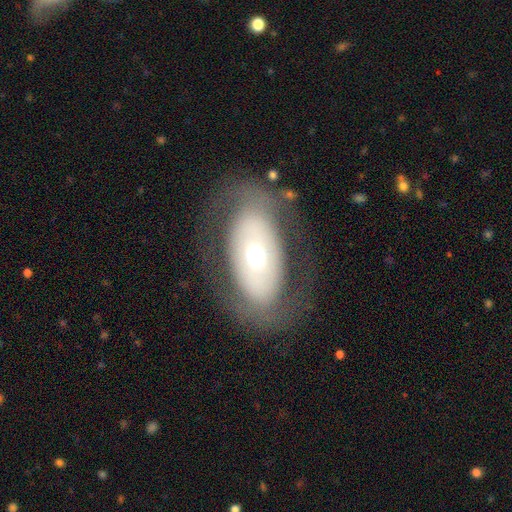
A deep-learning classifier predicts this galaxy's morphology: Q: Smooth or featured?
A: featured or disk (56%); runner-up: smooth (36%)
Q: Edge-on disk?
A: no (90%); runner-up: yes (10%)
Q: Bar?
A: no (78%); runner-up: weak (13%)
Q: Spiral arms?
A: no (73%); runner-up: yes (27%)
Q: Bulge size?
A: moderate (64%); runner-up: small (20%)
Q: Merging?
A: none (74%); runner-up: minor disturbance (13%)